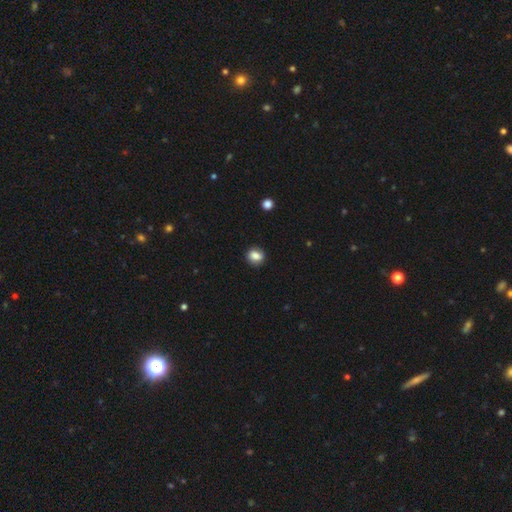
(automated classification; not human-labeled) Morphology: type=smooth (84%); roundness=round (62%); merging=none (85%).